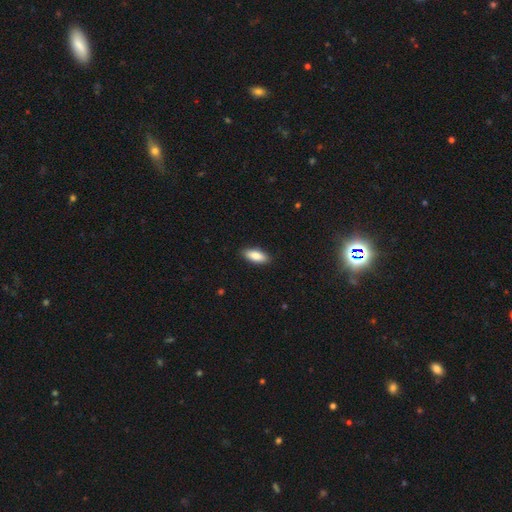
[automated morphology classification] Smooth or featured? smooth (85%)
How rounded? in between (80%)
Merging? none (90%)